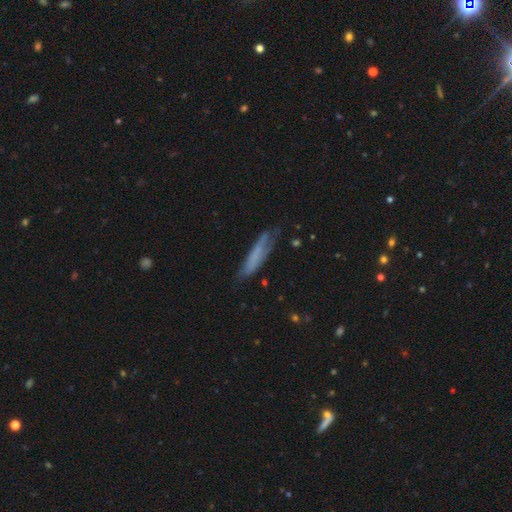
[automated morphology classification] Smooth or featured? Predicted: smooth (p=0.59). How rounded? Predicted: cigar-shaped (p=0.85). Merging? Predicted: none (p=0.62).